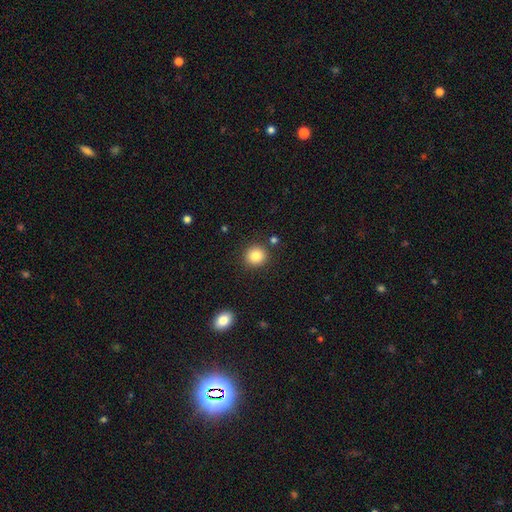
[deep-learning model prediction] smooth 84%, star or artifact 10%, featured or disk 6%. Down the decision tree: how rounded — round (90%); merging — none (87%).